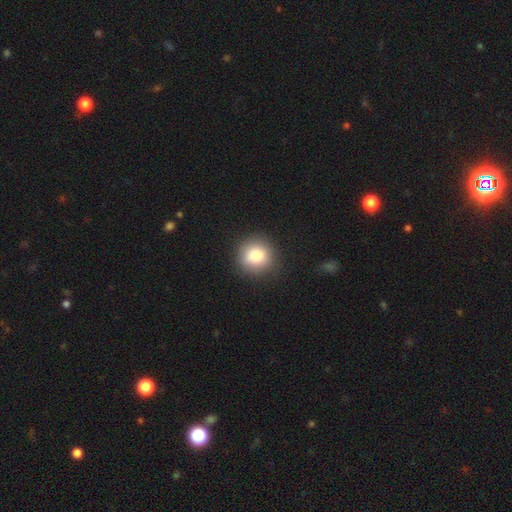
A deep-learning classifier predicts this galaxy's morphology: smooth-or-featured: smooth: 85% | star or artifact: 9% | featured or disk: 6%
  how-rounded: round: 88% | in between: 11% | cigar-shaped: 1%
  merging: none: 86% | minor disturbance: 10% | major disturbance: 3% | merger: 1%